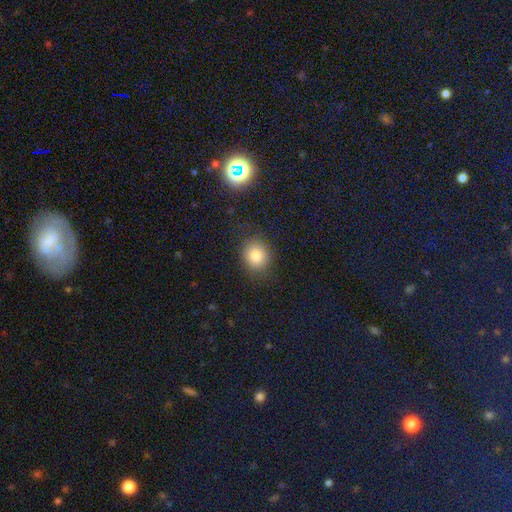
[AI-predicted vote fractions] This is clearly a smooth galaxy (83%). How rounded: likely round (71%). Merging: clearly none (84%).